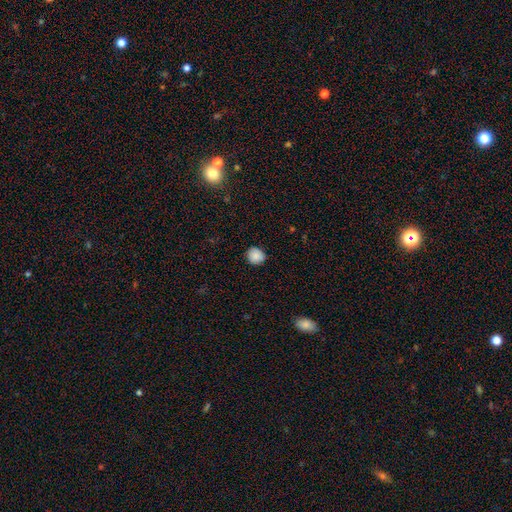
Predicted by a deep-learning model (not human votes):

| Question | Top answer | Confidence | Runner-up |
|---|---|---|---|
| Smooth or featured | smooth | 86% | star or artifact (9%) |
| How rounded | round | 85% | in between (14%) |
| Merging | none | 82% | minor disturbance (15%) |